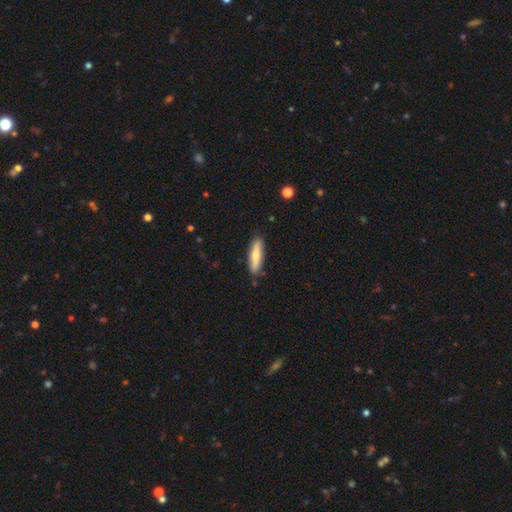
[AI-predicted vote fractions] smooth_or_featured: smooth (p=0.61) [alt: featured or disk p=0.33]
how_rounded: cigar-shaped (p=0.72) [alt: in between p=0.27]
merging: none (p=0.85) [alt: minor disturbance p=0.11]